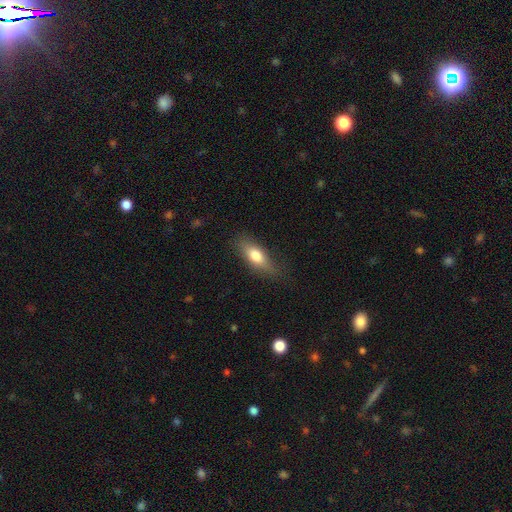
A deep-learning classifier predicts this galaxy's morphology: A smooth galaxy with no disk features (73%) that is in between round and cigar-shaped (67%).

Vote fractions:
- Smooth or featured? smooth: 73% / featured or disk: 20% / star or artifact: 7%
- How rounded? in between: 67% / cigar-shaped: 29% / round: 4%
- Merging? none: 78% / minor disturbance: 17% / major disturbance: 4% / merger: 1%